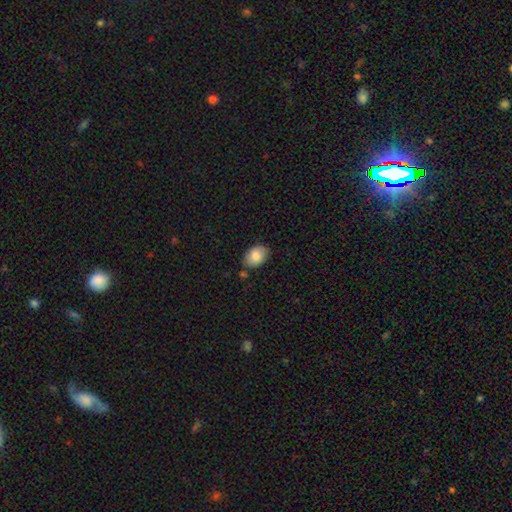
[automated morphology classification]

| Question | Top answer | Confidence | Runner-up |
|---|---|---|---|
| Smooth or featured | smooth | 85% | featured or disk (8%) |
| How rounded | in between | 81% | round (18%) |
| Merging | none | 77% | minor disturbance (16%) |